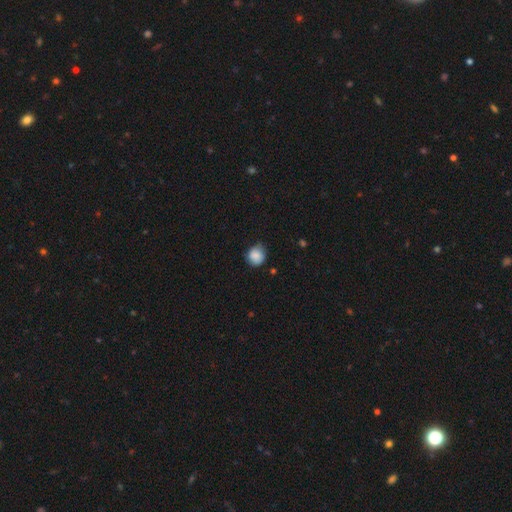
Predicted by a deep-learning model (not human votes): A smooth galaxy with no disk features (85%) that is round (83%). Merging: none (69%).